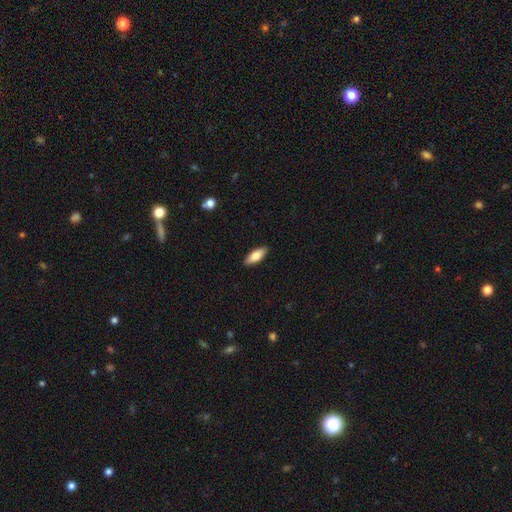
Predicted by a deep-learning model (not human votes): A smooth galaxy with no disk features (79%) that is in between round and cigar-shaped (75%). Merging: none (89%).